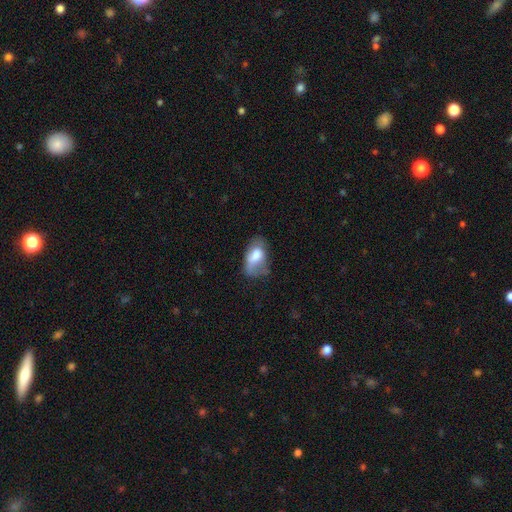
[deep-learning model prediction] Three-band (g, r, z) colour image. It shows a smooth galaxy with no disk features (66%) that is in between round and cigar-shaped (90%). Merging: minor disturbance (37%).